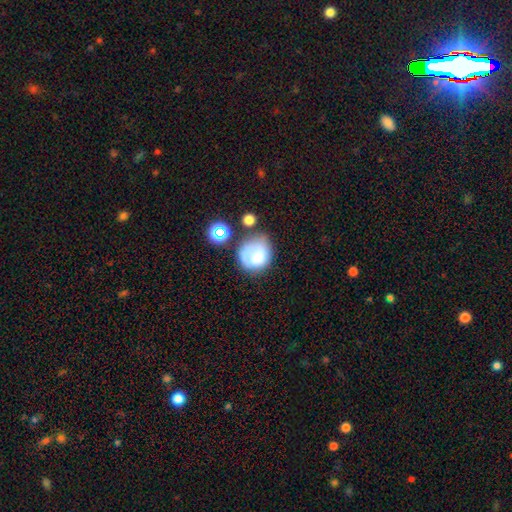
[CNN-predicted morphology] smooth_or_featured: smooth (p=0.70) [alt: featured or disk p=0.19]
how_rounded: round (p=0.71) [alt: in between p=0.28]
merging: none (p=0.44) [alt: minor disturbance p=0.26]